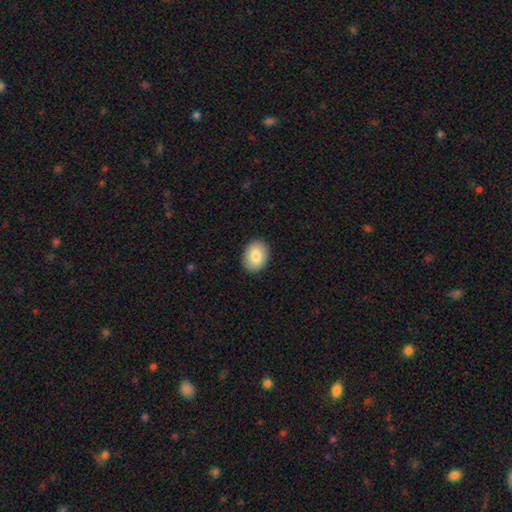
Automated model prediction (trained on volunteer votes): smooth-or-featured: smooth: 83% | featured or disk: 10% | star or artifact: 7%
  how-rounded: in between: 64% | round: 35% | cigar-shaped: 1%
  merging: none: 90% | minor disturbance: 7% | major disturbance: 2% | merger: 1%